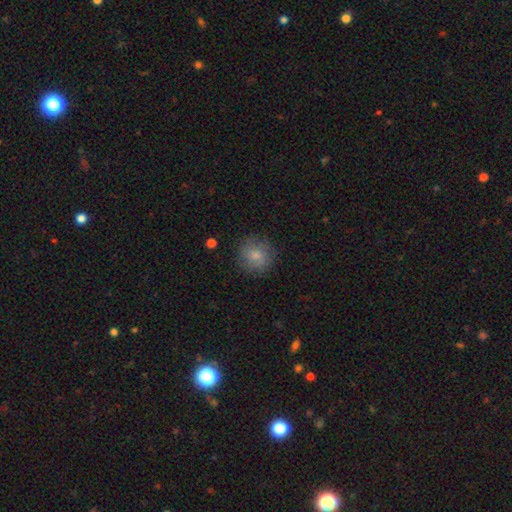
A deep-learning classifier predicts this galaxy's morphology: Smooth or featured? Predicted: smooth (p=0.81). How rounded? Predicted: round (p=0.89). Merging? Predicted: none (p=0.83).